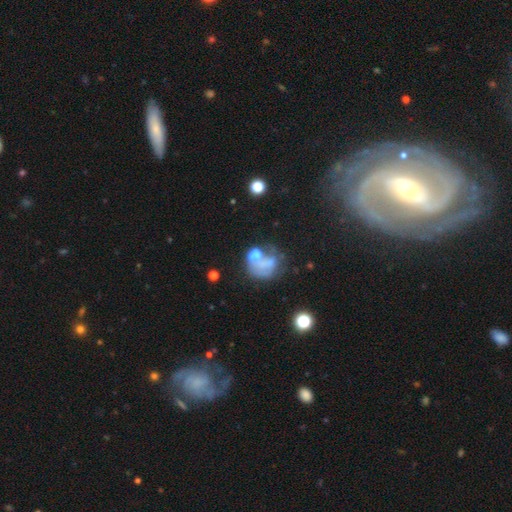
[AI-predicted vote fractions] Morphology: type=featured or disk (52%); edge-on=no (98%); bar=no (87%); spiral arms=no (83%); bulge=none (65%); merging=major disturbance (31%).